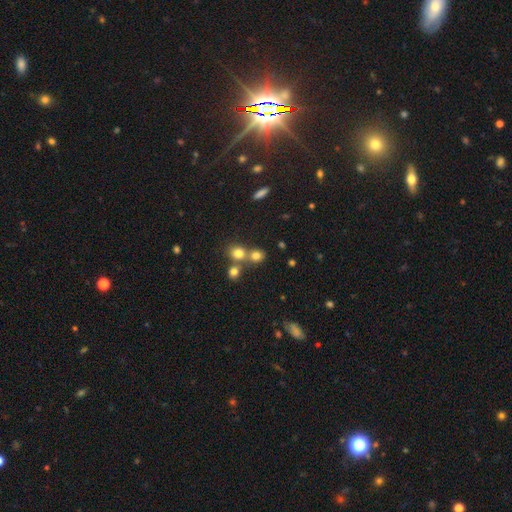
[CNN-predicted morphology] Overall: smooth (75%). How rounded: round (74%). Merging: none (49%; merger 40%).